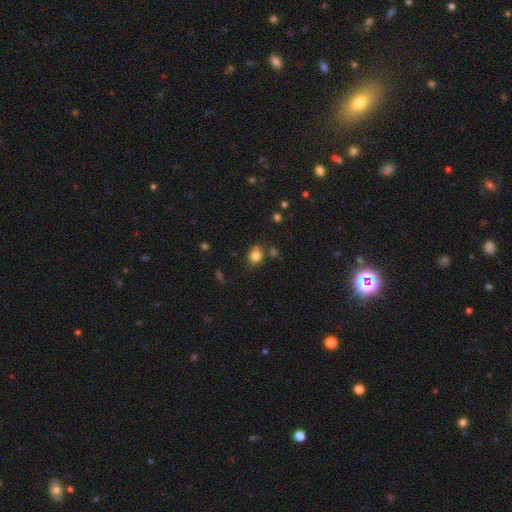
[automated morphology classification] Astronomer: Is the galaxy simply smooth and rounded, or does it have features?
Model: smooth — 82%.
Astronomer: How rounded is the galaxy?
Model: round — 61% (runner-up: in between, 38%).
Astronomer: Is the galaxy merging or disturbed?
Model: none — 70%.